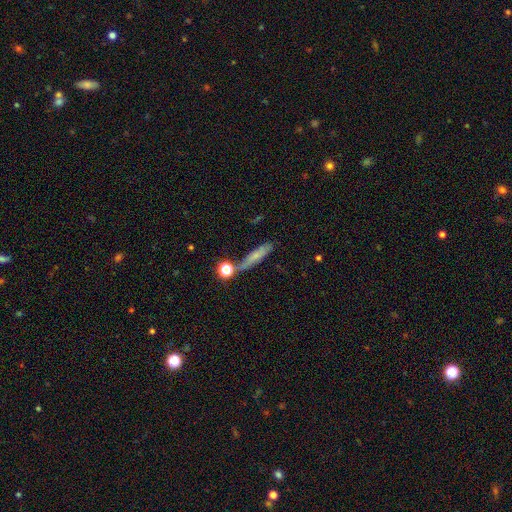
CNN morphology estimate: Smooth or featured? Predicted: smooth (p=0.61). How rounded? Predicted: cigar-shaped (p=0.77). Merging? Predicted: none (p=0.61).